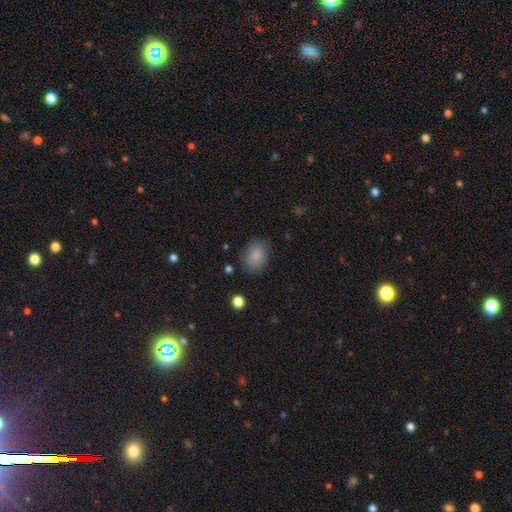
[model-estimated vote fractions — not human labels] Q: Smooth or featured?
A: smooth (85%); runner-up: star or artifact (8%)
Q: How rounded?
A: in between (60%); runner-up: round (38%)
Q: Merging?
A: none (80%); runner-up: minor disturbance (14%)